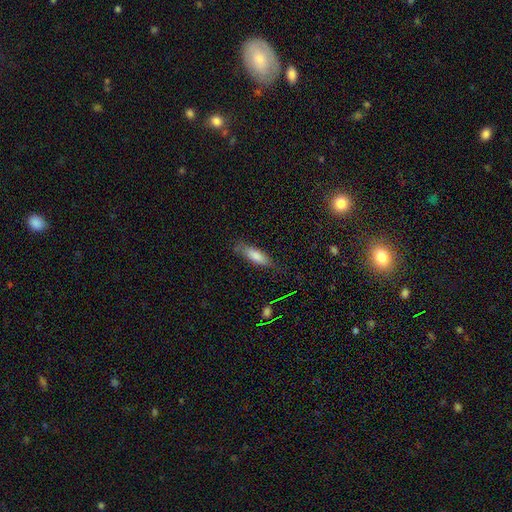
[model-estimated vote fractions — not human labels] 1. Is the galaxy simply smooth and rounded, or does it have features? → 76% smooth, 15% featured or disk, 9% star or artifact.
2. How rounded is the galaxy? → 49% cigar-shaped (tied), 49% in between (tied), 2% round.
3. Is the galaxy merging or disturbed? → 72% none, 20% minor disturbance, 5% major disturbance, 2% merger.